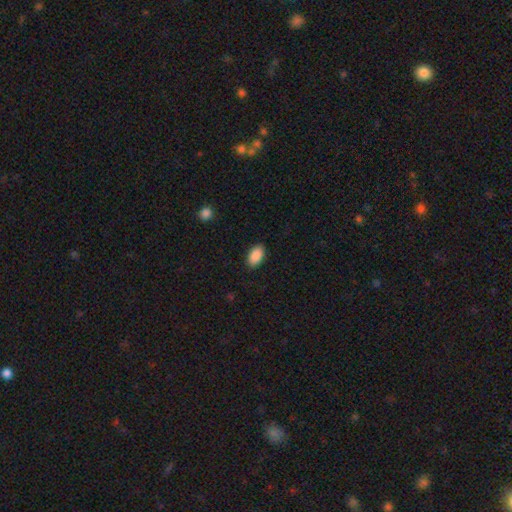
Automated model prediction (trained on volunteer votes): The model was most divided on "merging": none: 88%, minor disturbance: 9%, major disturbance: 2%, merger: 1%. More confident: how rounded — in between (94%); smooth or featured — smooth (90%).